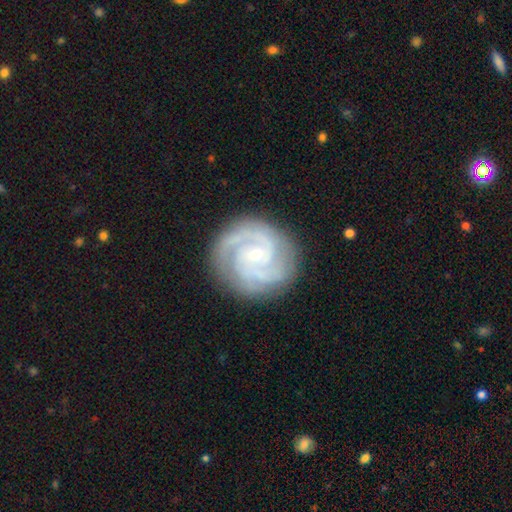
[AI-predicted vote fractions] The model was most divided on "spiral arm count": 3: 39%, 2: 29%, can't tell: 12%, 4: 9%, 1: 5%, more than 4: 5%. More confident: edge-on disk — no (98%); spiral arms — yes (98%); smooth or featured — featured or disk (89%); merging — none (83%); bulge size — small (76%); spiral winding — tight (64%); bar — no (61%).